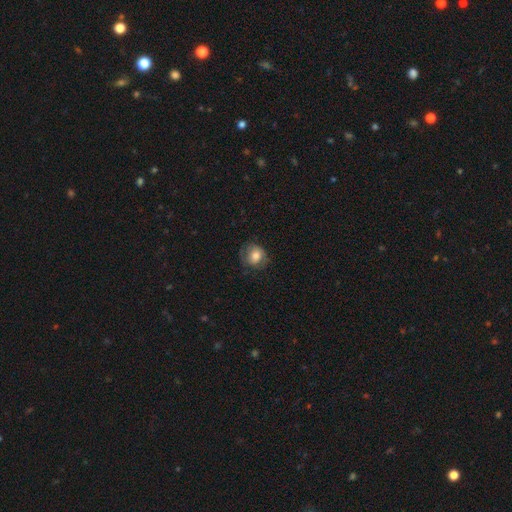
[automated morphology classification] Smooth or featured? Predicted: smooth (p=0.69). How rounded? Predicted: round (p=0.75). Merging? Predicted: none (p=0.70).